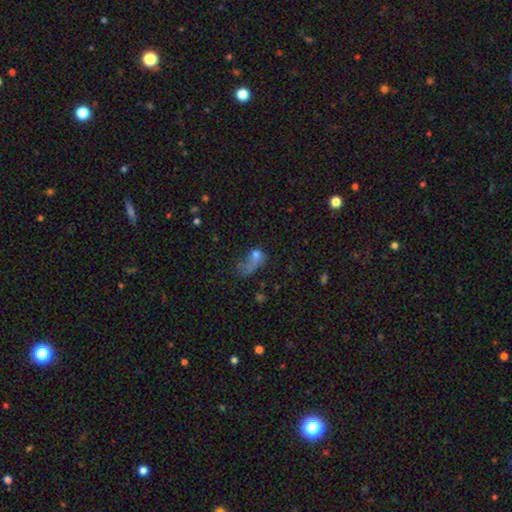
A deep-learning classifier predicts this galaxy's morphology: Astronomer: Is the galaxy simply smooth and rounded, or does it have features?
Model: smooth — 64%.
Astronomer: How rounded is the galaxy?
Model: in between — 69%.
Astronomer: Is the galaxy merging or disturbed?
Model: major disturbance — 55%.